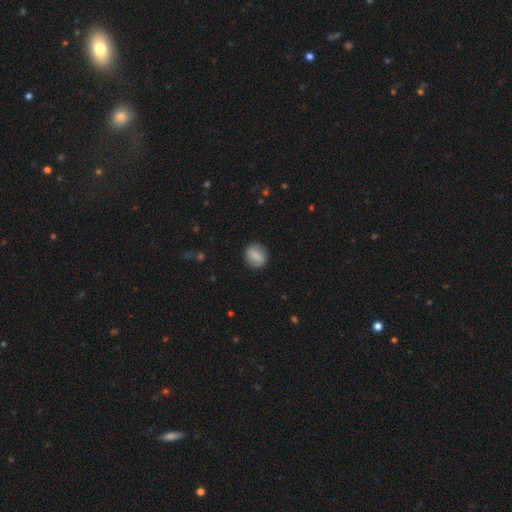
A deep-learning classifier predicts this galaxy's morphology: The model was most divided on "smooth or featured": smooth: 74%, featured or disk: 19%, star or artifact: 7%. More confident: merging — none (88%); how rounded — round (78%).